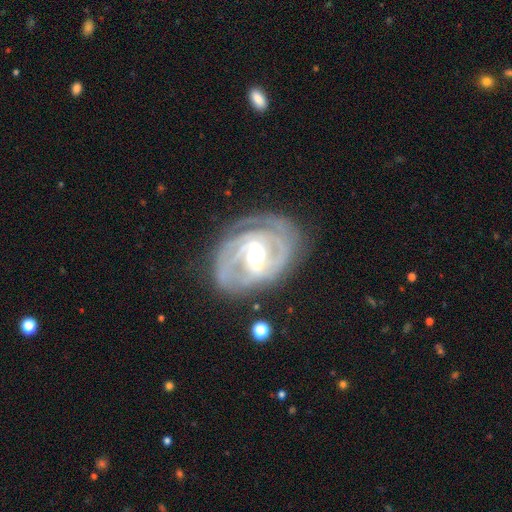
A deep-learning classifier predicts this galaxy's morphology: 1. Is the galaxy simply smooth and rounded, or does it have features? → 87% featured or disk, 8% smooth, 5% star or artifact.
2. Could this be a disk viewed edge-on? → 96% no, 4% yes.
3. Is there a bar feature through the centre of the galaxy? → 41% weak (tied), 41% strong (tied), 18% no.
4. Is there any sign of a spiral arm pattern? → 93% yes, 7% no.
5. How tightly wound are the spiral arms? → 65% tight, 29% medium, 6% loose.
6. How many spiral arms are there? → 37% 2, 24% 3, 23% can't tell, 7% 4, 5% 1, 4% more than 4.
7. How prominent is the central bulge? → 69% moderate, 14% large, 14% small, 1% dominant, 1% none.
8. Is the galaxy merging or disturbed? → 71% none, 19% minor disturbance, 9% major disturbance, 2% merger.